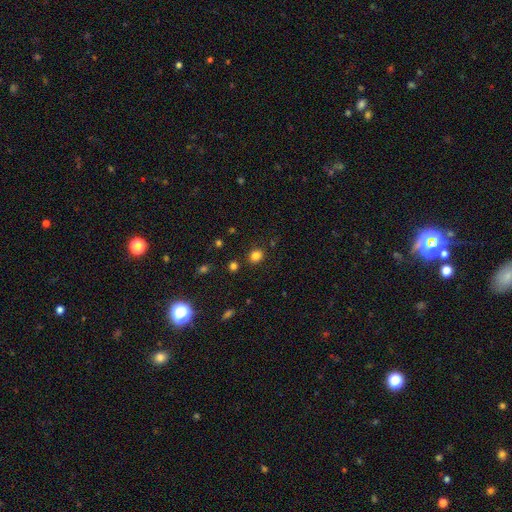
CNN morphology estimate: This is clearly a smooth galaxy (81%). How rounded: likely round (60%). Merging: clearly none (85%).